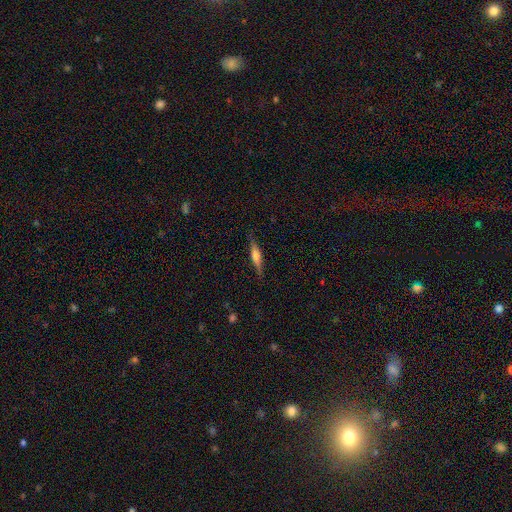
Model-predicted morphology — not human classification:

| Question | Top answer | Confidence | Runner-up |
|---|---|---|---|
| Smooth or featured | featured or disk | 55% | smooth (38%) |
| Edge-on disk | yes | 96% | no (4%) |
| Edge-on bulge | rounded | 70% | boxy (22%) |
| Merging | none | 87% | minor disturbance (10%) |